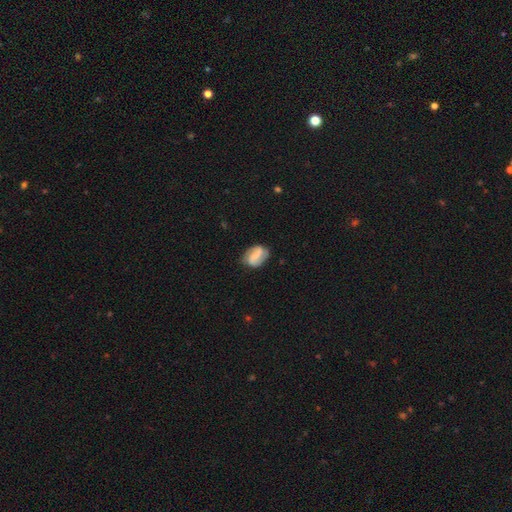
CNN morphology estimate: type=featured or disk (63%); edge-on=no (97%); bar=weak (44%); spiral arms=yes (88%); winding=medium (40%); arm count=2 (86%); bulge=small (50%); merging=none (77%).